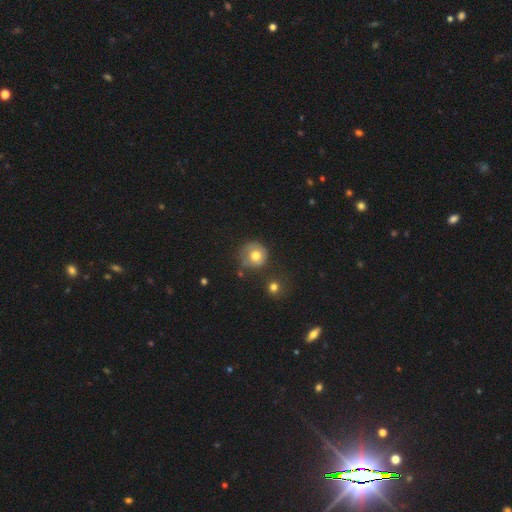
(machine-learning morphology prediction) smooth-or-featured: smooth: 68% | featured or disk: 23% | star or artifact: 9%
  how-rounded: round: 89% | in between: 10% | cigar-shaped: 1%
  merging: none: 62% | minor disturbance: 22% | major disturbance: 10% | merger: 6%